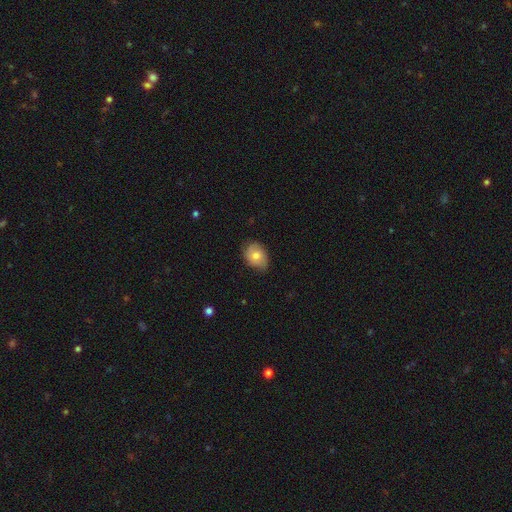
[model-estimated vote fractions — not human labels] A smooth galaxy with no disk features (75%) that is in between round and cigar-shaped (66%). Merging: none (72%).